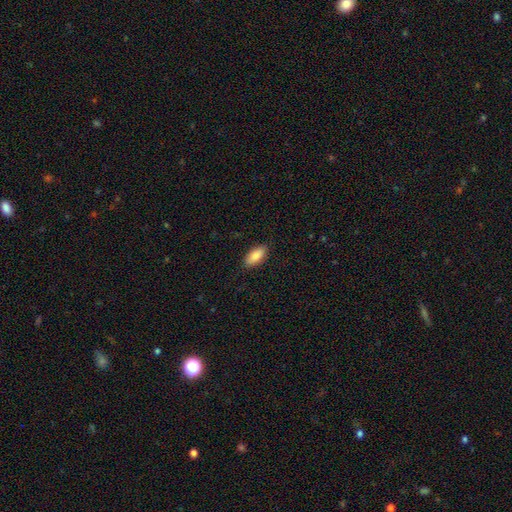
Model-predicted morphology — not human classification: Smooth or featured? Predicted: smooth (p=0.86). How rounded? Predicted: in between (p=0.88). Merging? Predicted: none (p=0.87).